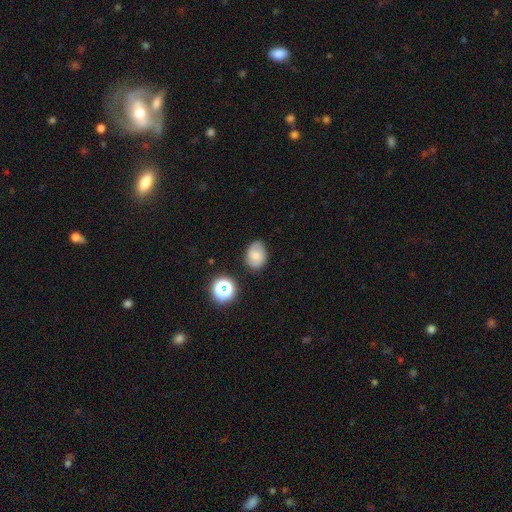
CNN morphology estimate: Overall: smooth (65%). How rounded: in between (66%; round 33%). Merging: none (74%).